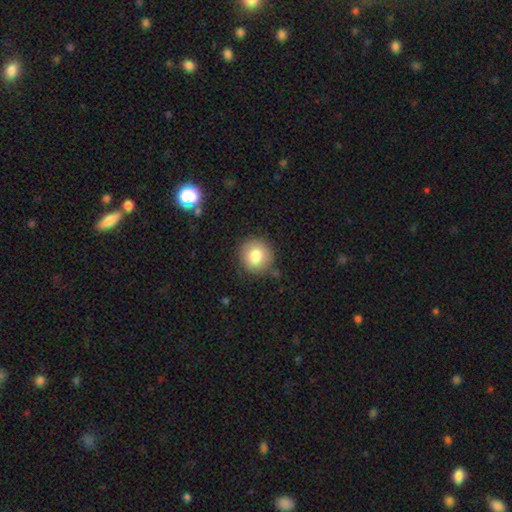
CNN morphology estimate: The model was most divided on "smooth or featured": smooth: 81%, star or artifact: 10%, featured or disk: 10%. More confident: how rounded — round (92%); merging — none (85%).